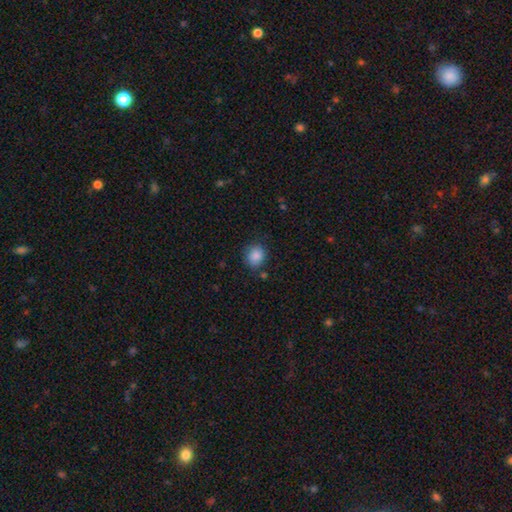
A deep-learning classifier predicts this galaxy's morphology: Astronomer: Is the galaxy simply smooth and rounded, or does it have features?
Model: smooth — 87%.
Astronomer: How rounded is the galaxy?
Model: round — 71%.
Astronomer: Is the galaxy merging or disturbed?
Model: none — 79%.